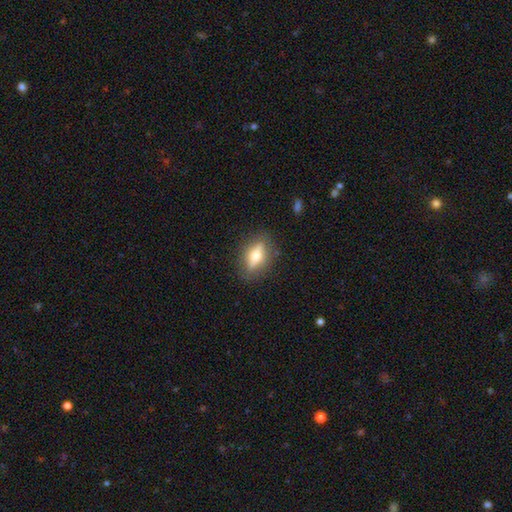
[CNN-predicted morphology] Smooth or featured?
  - smooth: 46% * (tied)
  - featured or disk: 46% * (tied)
  - star or artifact: 8%
Merging?
  - none: 83% *
  - minor disturbance: 11%
  - major disturbance: 4%
  - merger: 1%